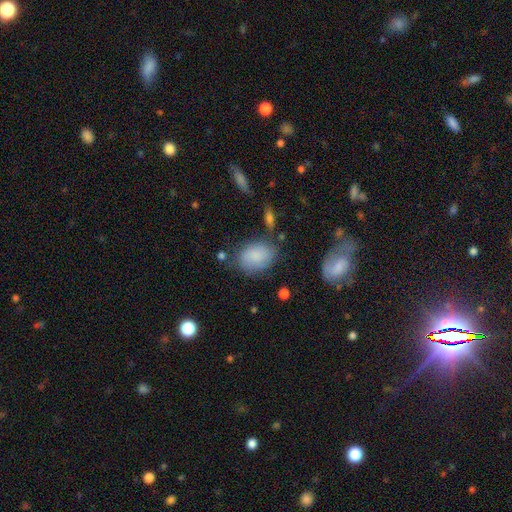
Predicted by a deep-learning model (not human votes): Smooth or featured? smooth (82%)
How rounded? in between (79%)
Merging? none (65%)